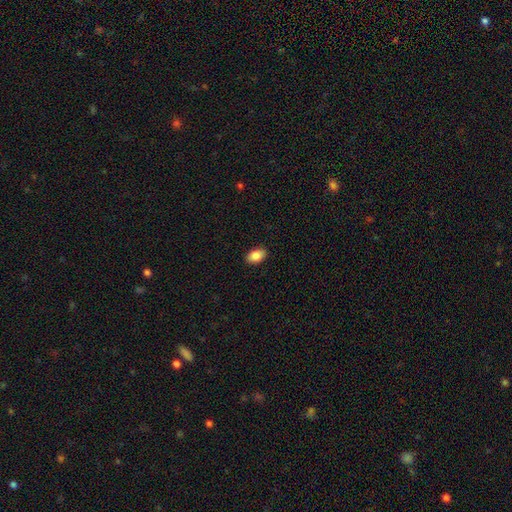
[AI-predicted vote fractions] A smooth galaxy with no disk features (88%) that is in between round and cigar-shaped (91%). Merging: none (89%).